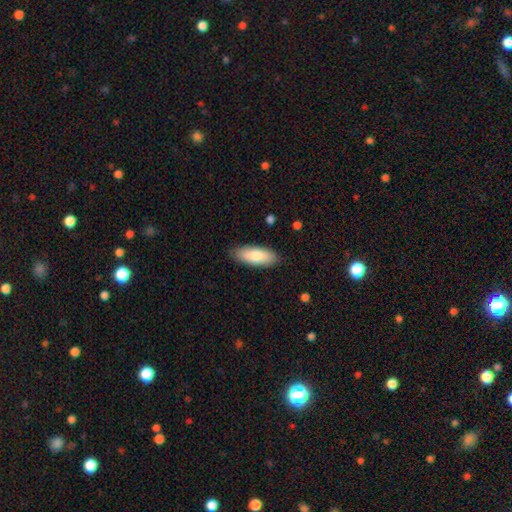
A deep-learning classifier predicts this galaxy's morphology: type=smooth (79%); roundness=in between (76%); merging=none (86%).